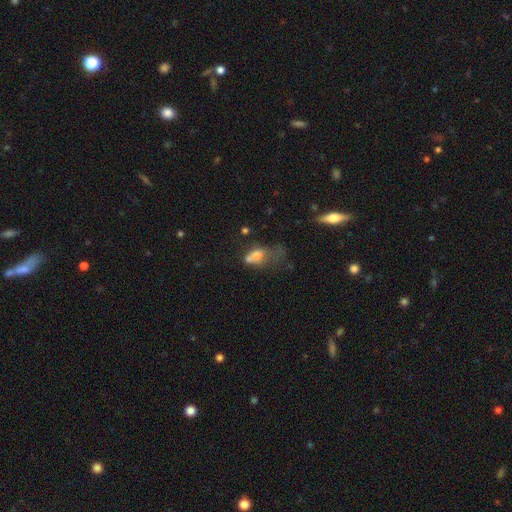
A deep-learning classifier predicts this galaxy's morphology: smooth-or-featured: smooth: 57% | featured or disk: 28% | star or artifact: 14%
  how-rounded: in between: 73% | round: 21% | cigar-shaped: 6%
  merging: major disturbance: 34% | merger: 31% | none: 19% | minor disturbance: 17%